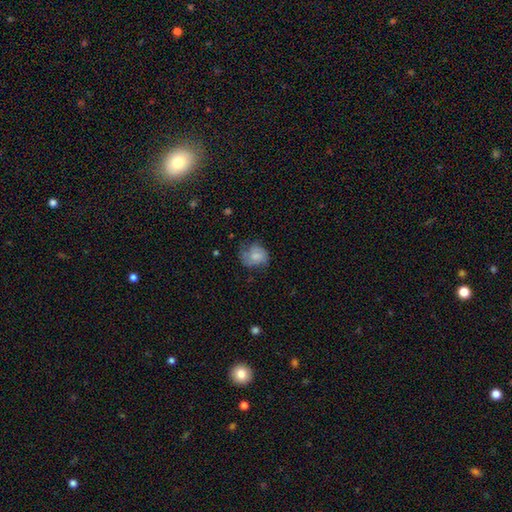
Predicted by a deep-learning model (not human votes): A smooth galaxy with no disk features (64%) that is round (59%).

Vote fractions:
- Smooth or featured? smooth: 64% / featured or disk: 28% / star or artifact: 8%
- How rounded? round: 59% / in between: 40% / cigar-shaped: 1%
- Merging? none: 46% / minor disturbance: 32% / major disturbance: 20% / merger: 2%